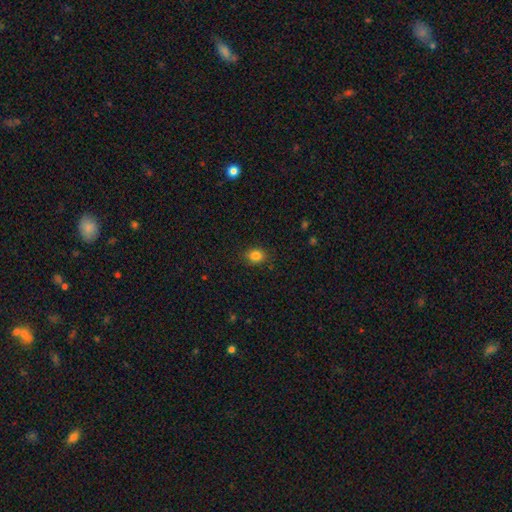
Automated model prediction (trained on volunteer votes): Smooth or featured? Predicted: smooth (p=0.83). How rounded? Predicted: round (p=0.55). Merging? Predicted: none (p=0.85).